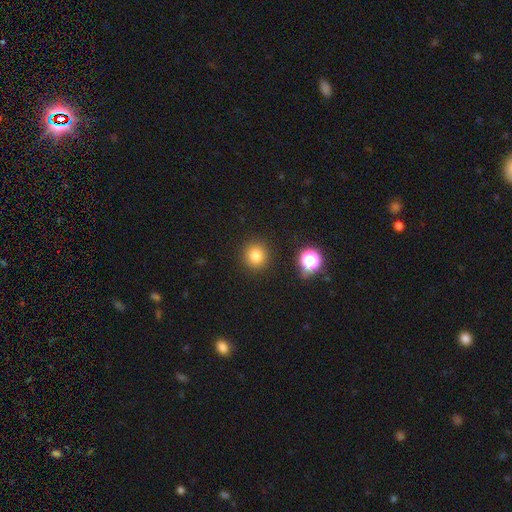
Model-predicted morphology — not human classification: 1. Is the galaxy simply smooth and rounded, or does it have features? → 80% smooth, 14% star or artifact, 6% featured or disk.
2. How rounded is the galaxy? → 90% round, 9% in between, 1% cigar-shaped.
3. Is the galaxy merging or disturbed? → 88% none, 7% minor disturbance, 3% major disturbance, 2% merger.